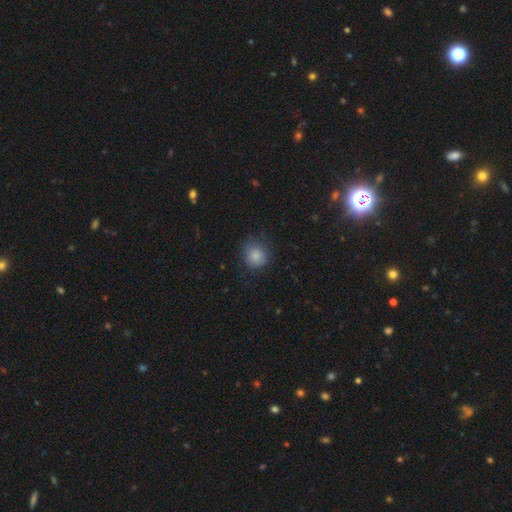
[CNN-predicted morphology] smooth_or_featured: smooth (p=0.83) [alt: star or artifact p=0.09]
how_rounded: round (p=0.83) [alt: in between p=0.16]
merging: none (p=0.73) [alt: minor disturbance p=0.20]